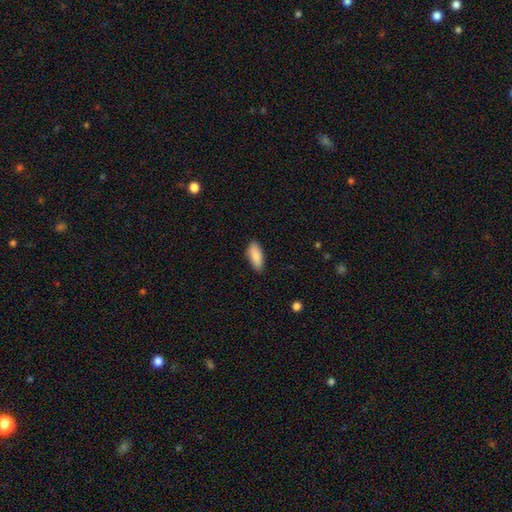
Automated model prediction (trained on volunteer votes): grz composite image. It shows a smooth galaxy with no disk features (87%) that is in between round and cigar-shaped (80%). Merging: none (85%).